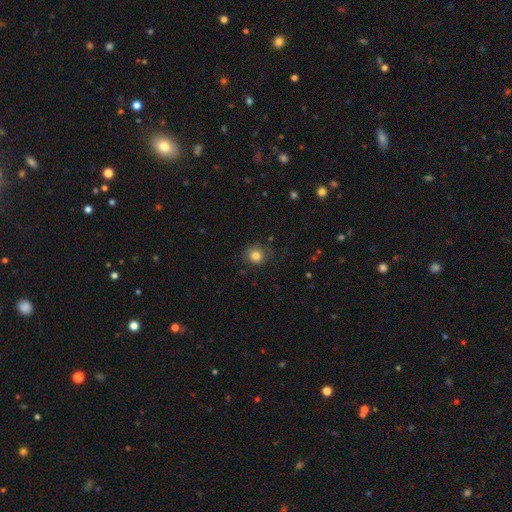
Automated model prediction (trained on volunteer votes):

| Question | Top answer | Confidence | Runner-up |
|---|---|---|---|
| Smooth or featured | smooth | 82% | star or artifact (10%) |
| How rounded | round | 86% | in between (13%) |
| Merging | none | 76% | minor disturbance (17%) |